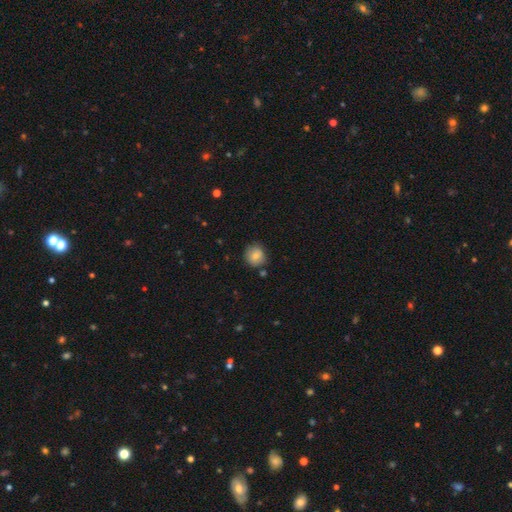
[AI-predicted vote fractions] This is clearly a smooth galaxy (82%). How rounded: clearly round (87%). Merging: likely none (79%).